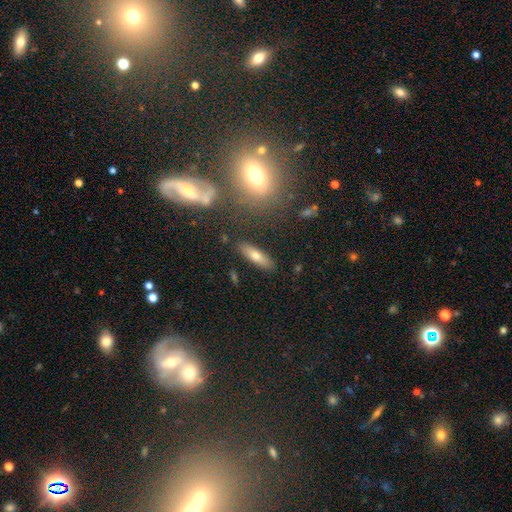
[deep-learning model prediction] The model was most divided on "how rounded": cigar-shaped: 51%, in between: 44%, round: 4%. More confident: merging — none (85%); smooth or featured — smooth (62%).